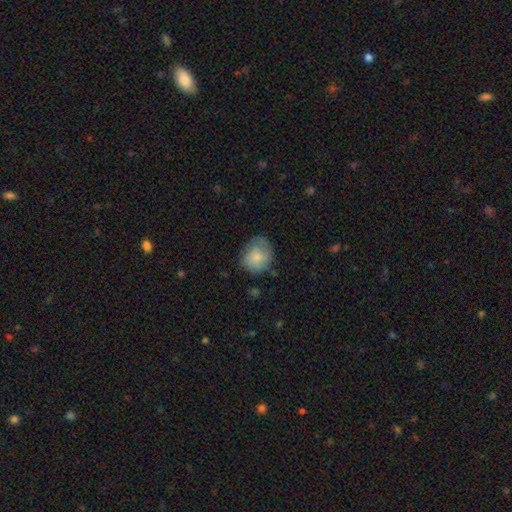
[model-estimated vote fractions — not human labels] Smooth or featured? smooth (66%)
How rounded? round (62%)
Merging? none (62%)